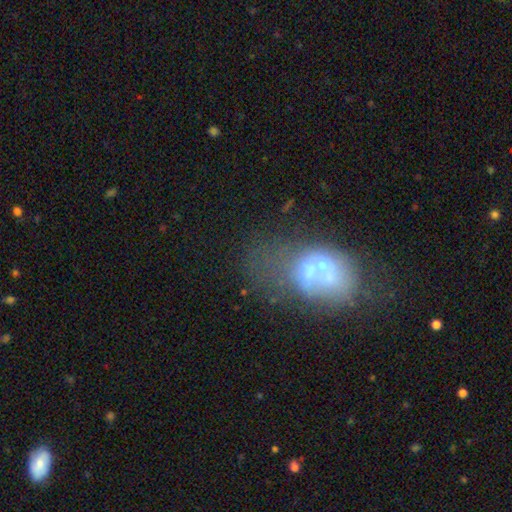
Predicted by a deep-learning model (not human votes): Overall: featured or disk (46%; smooth 37%). Merging: merger (41%; none 24%).